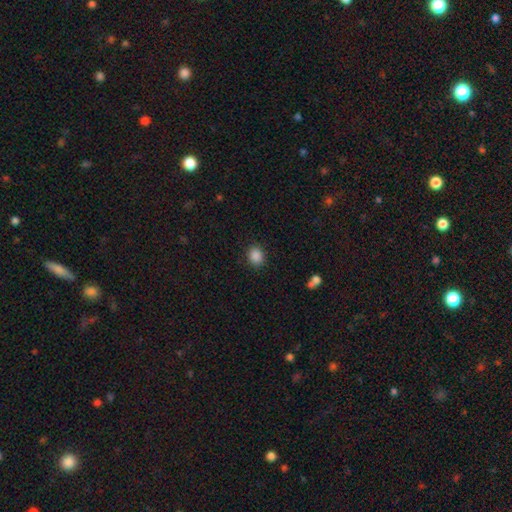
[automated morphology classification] This is clearly a smooth galaxy (87%). How rounded: likely round (67%). Merging: clearly none (88%).